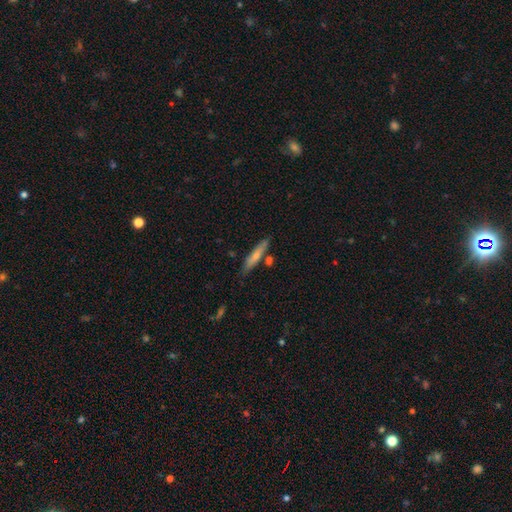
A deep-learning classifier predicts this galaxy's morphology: smooth 61%, featured or disk 32%, star or artifact 6%. Down the decision tree: how rounded — cigar-shaped (87%); merging — none (76%).